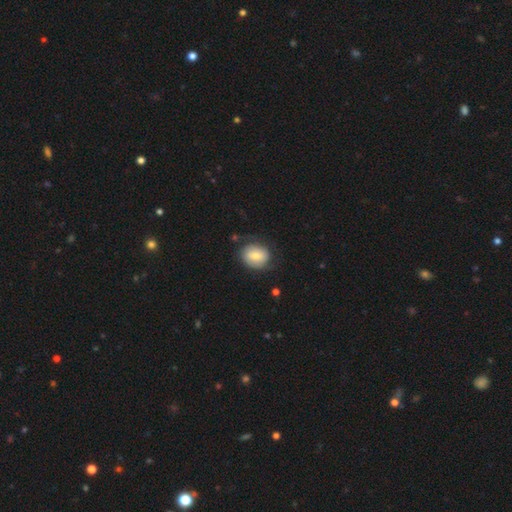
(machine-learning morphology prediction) Smooth or featured? Predicted: smooth (p=0.57). How rounded? Predicted: round (p=0.51). Merging? Predicted: none (p=0.64).